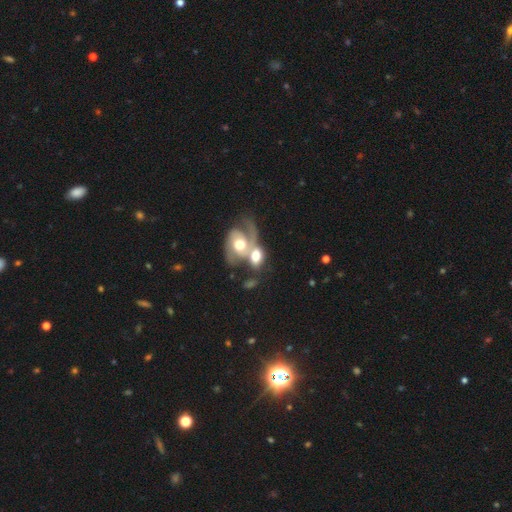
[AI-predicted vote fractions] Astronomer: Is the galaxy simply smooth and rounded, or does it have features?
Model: featured or disk — 55% (runner-up: smooth, 38%).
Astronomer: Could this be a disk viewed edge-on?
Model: no — 95%.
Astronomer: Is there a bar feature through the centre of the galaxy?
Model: no — 68%.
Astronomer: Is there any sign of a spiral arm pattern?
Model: yes — 75%.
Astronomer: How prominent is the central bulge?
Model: moderate — 55% (runner-up: large, 30%).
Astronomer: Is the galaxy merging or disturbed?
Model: merger — 70%.